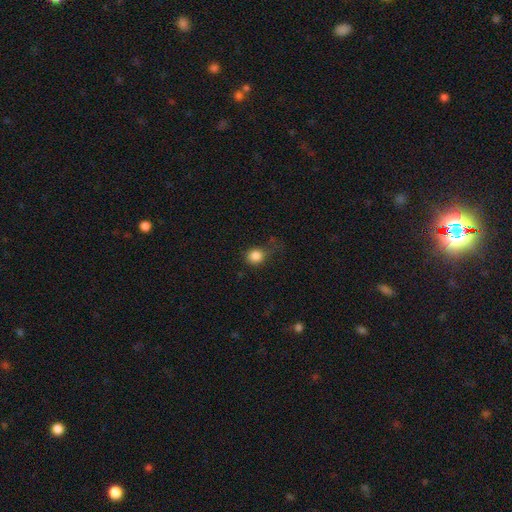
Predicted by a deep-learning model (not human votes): A smooth galaxy with no disk features (85%) that is round (75%).

Vote fractions:
- Smooth or featured? smooth: 85% / star or artifact: 11% / featured or disk: 5%
- How rounded? round: 75% / in between: 24% / cigar-shaped: 1%
- Merging? none: 60% / minor disturbance: 25% / major disturbance: 12% / merger: 3%